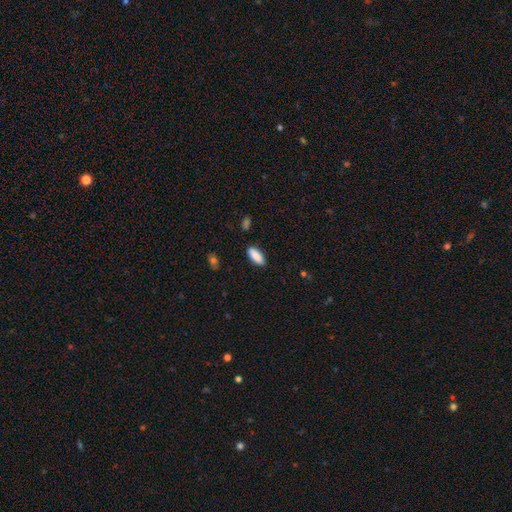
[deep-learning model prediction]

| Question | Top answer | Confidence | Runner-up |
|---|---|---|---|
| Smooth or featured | smooth | 89% | star or artifact (6%) |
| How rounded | in between | 80% | cigar-shaped (18%) |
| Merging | none | 87% | minor disturbance (9%) |